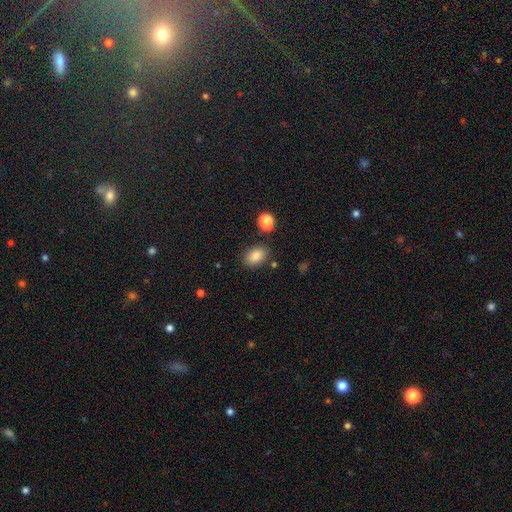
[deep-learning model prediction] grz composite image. It shows a smooth galaxy with no disk features (85%) that is in between round and cigar-shaped (84%). Merging: none (81%).